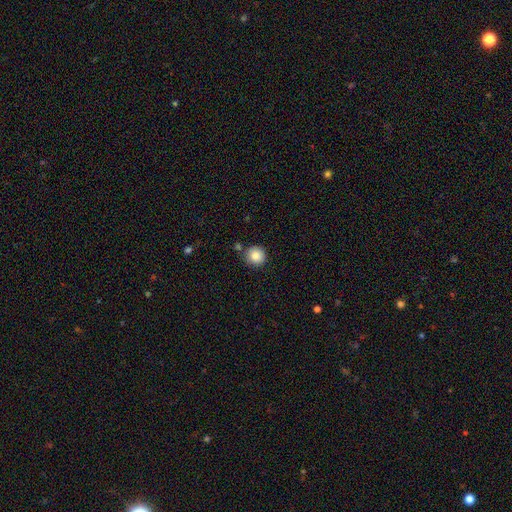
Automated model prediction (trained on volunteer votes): Smooth or featured?
  - smooth: 87% *
  - star or artifact: 9%
  - featured or disk: 4%
How rounded?
  - round: 94% *
  - in between: 6%
  - cigar-shaped: 1%
Merging?
  - none: 83% *
  - minor disturbance: 9%
  - merger: 5%
  - major disturbance: 2%